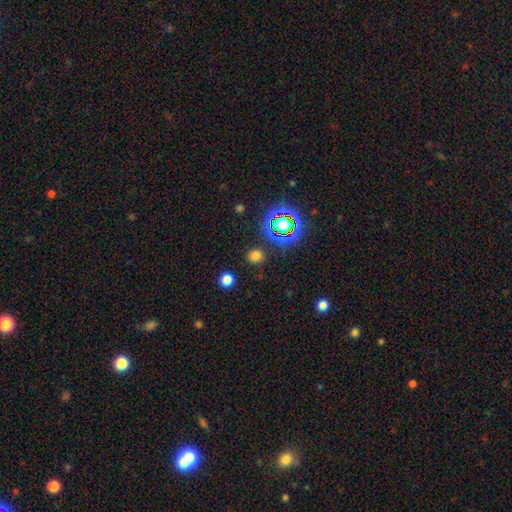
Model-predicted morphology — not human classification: Smooth or featured: smooth — 69% (star or artifact — 26%)
How rounded: round — 77% (in between — 22%)
Merging: none — 86% (minor disturbance — 8%)